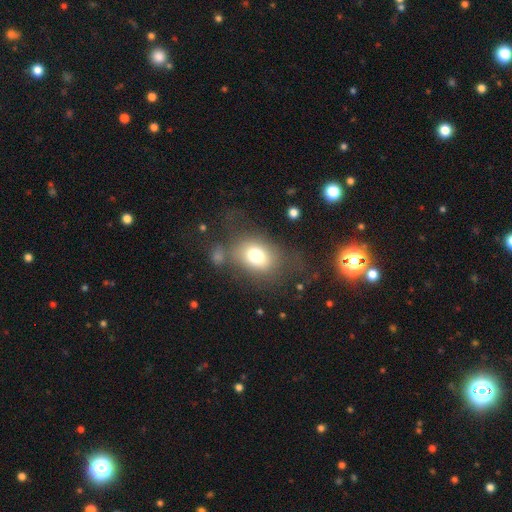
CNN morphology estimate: type=smooth (72%); roundness=in between (59%); merging=none (56%).